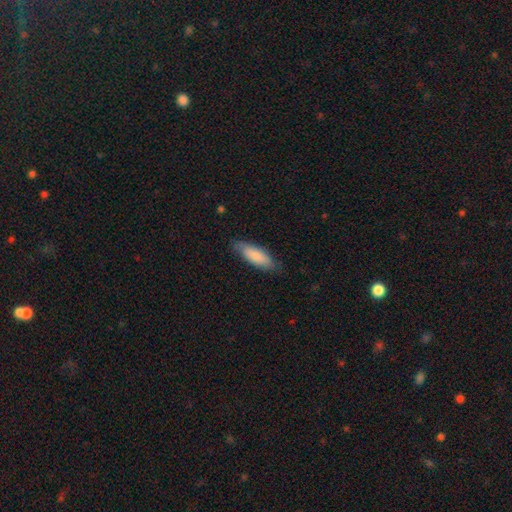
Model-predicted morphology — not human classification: Overall: smooth (81%). How rounded: in between (60%; cigar-shaped 39%). Merging: none (78%).